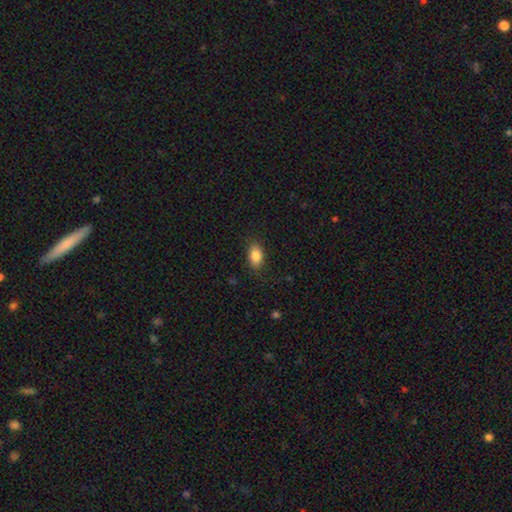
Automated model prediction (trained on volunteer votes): smooth-or-featured: smooth: 86% | star or artifact: 8% | featured or disk: 6%
  how-rounded: in between: 89% | round: 8% | cigar-shaped: 2%
  merging: none: 85% | minor disturbance: 11% | major disturbance: 3% | merger: 1%